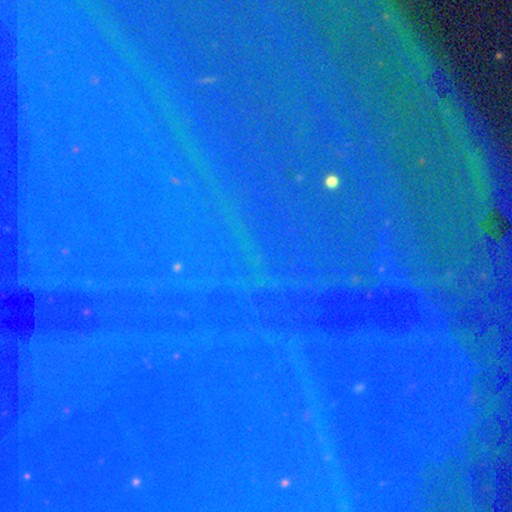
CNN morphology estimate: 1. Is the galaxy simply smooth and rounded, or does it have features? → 84% star or artifact, 9% smooth, 7% featured or disk.